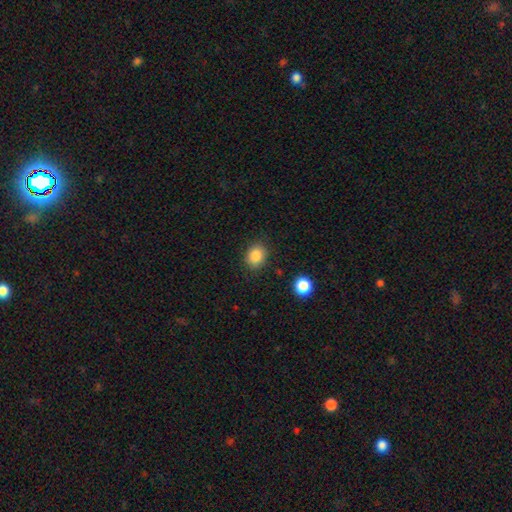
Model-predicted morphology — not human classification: smooth 86%, star or artifact 9%, featured or disk 5%. Down the decision tree: how rounded — in between (52%); merging — none (85%).